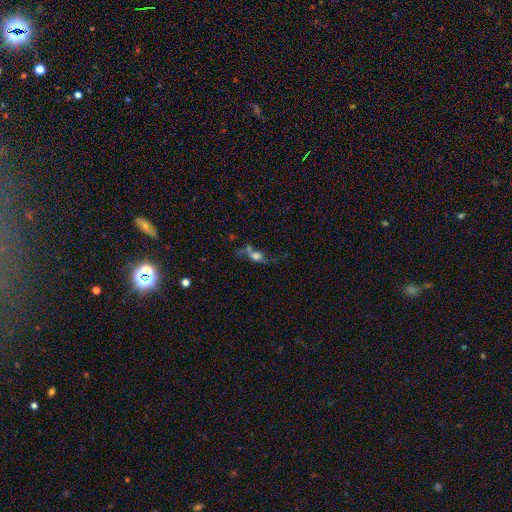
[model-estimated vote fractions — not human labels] This is possibly a smooth galaxy (47%). Merging: marginally none (32%).